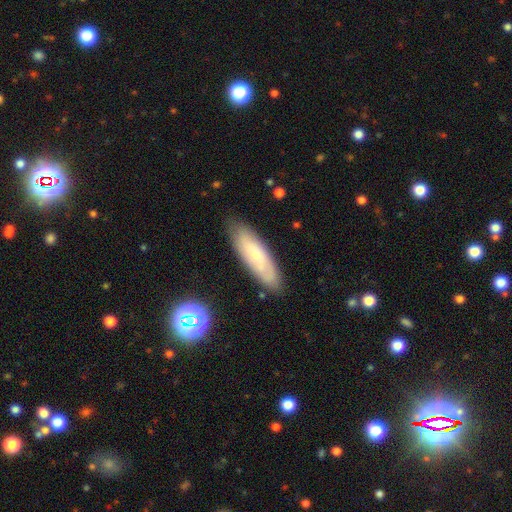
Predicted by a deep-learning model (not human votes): Smooth or featured: smooth — 53% (featured or disk — 38%)
How rounded: cigar-shaped — 54% (in between — 44%)
Merging: none — 83% (minor disturbance — 13%)